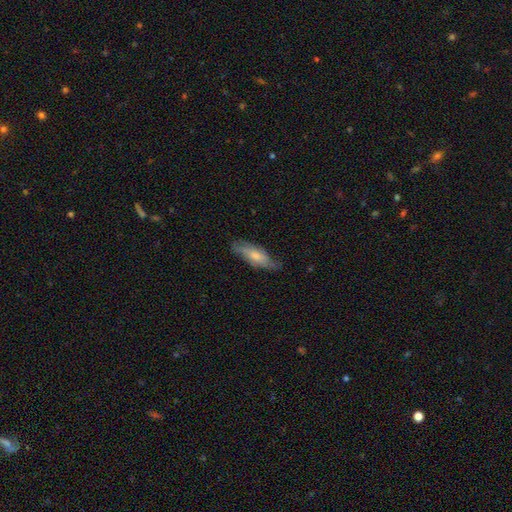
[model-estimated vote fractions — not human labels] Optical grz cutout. It shows a smooth galaxy with no disk features (57%) that is in between round and cigar-shaped (57%). Merging: none (66%).